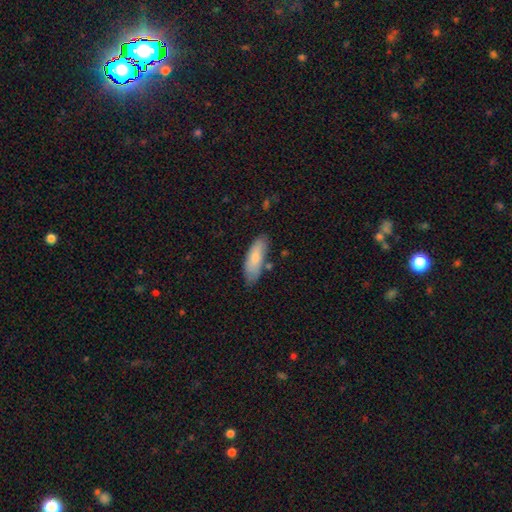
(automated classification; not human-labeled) Q: Smooth or featured?
A: smooth (75%); runner-up: featured or disk (19%)
Q: How rounded?
A: in between (58%); runner-up: cigar-shaped (40%)
Q: Merging?
A: none (74%); runner-up: minor disturbance (18%)